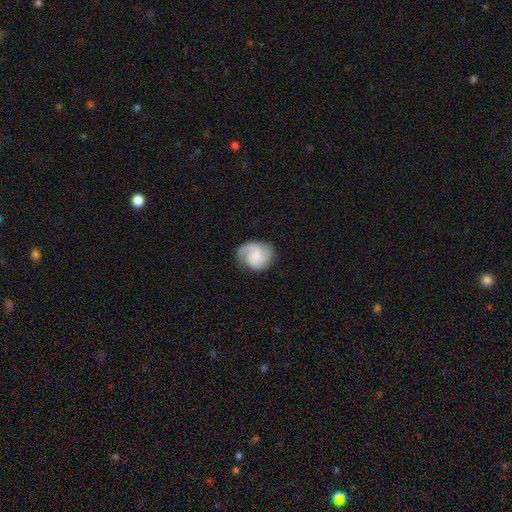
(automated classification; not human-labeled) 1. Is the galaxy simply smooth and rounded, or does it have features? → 71% featured or disk, 22% smooth, 6% star or artifact.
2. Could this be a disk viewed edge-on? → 98% no, 2% yes.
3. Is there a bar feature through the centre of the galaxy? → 60% no, 34% weak, 5% strong.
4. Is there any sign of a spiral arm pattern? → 96% yes, 4% no.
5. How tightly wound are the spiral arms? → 47% medium, 31% tight, 21% loose.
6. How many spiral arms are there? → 44% 2, 29% 3, 10% can't tell, 10% 1, 3% 4, 3% more than 4.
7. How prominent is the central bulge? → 37% small, 33% none, 21% moderate, 6% large, 2% dominant.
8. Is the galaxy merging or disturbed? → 71% none, 19% minor disturbance, 9% major disturbance, 1% merger.